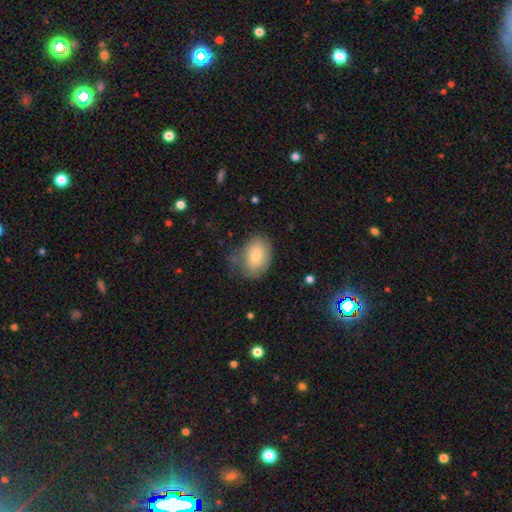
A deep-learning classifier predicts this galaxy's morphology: A smooth galaxy with no disk features (78%) that is in between round and cigar-shaped (80%).

Vote fractions:
- Smooth or featured? smooth: 78% / featured or disk: 15% / star or artifact: 7%
- How rounded? in between: 80% / round: 19% / cigar-shaped: 1%
- Merging? none: 64% / minor disturbance: 26% / major disturbance: 8% / merger: 2%